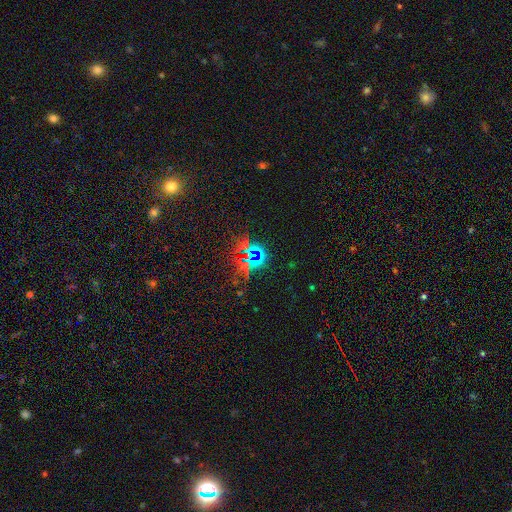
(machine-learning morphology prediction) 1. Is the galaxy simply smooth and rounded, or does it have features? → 77% star or artifact, 13% smooth, 9% featured or disk.